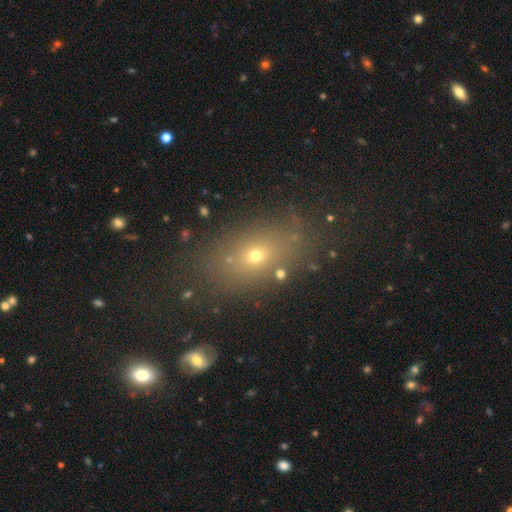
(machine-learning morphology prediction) Overall: smooth (58%; star or artifact 24%). How rounded: in between (69%). Merging: none (77%).